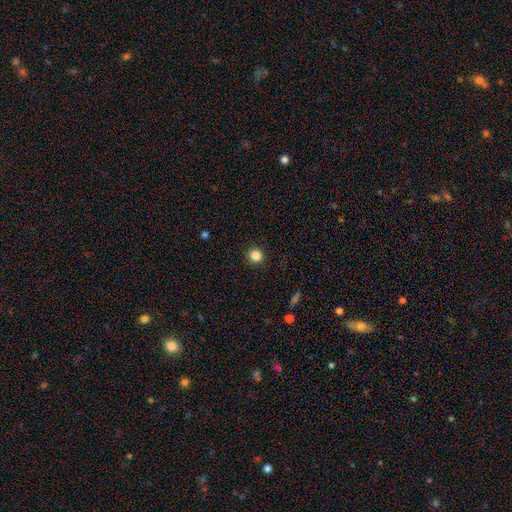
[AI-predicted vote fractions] Q: Smooth or featured?
A: smooth (84%); runner-up: star or artifact (11%)
Q: How rounded?
A: round (89%); runner-up: in between (10%)
Q: Merging?
A: none (91%); runner-up: minor disturbance (6%)